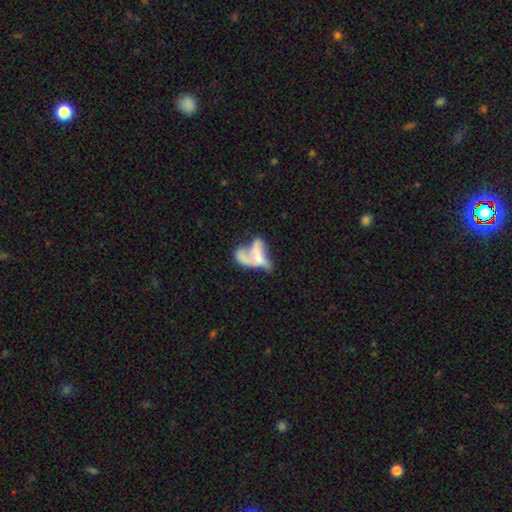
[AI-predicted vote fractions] Q: Smooth or featured?
A: featured or disk (49%); runner-up: smooth (40%)
Q: Merging?
A: merger (45%); runner-up: major disturbance (29%)